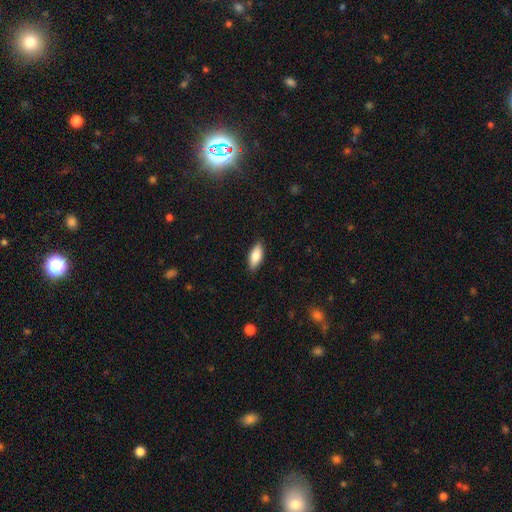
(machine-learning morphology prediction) A smooth galaxy with no disk features (82%) that is in between round and cigar-shaped (81%). Merging: none (88%).